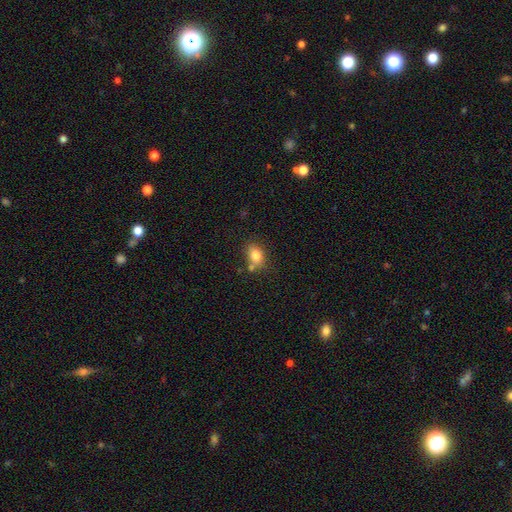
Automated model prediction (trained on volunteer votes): smooth-or-featured: smooth: 81% | star or artifact: 10% | featured or disk: 9%
  how-rounded: in between: 76% | round: 23% | cigar-shaped: 2%
  merging: none: 64% | merger: 16% | minor disturbance: 15% | major disturbance: 4%